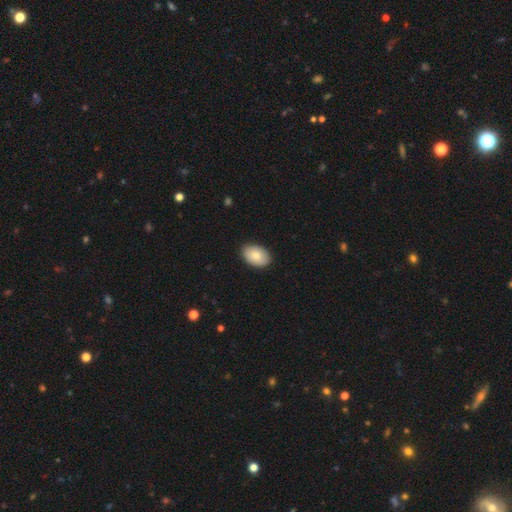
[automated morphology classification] Smooth or featured? Predicted: smooth (p=0.83). How rounded? Predicted: in between (p=0.88). Merging? Predicted: none (p=0.88).